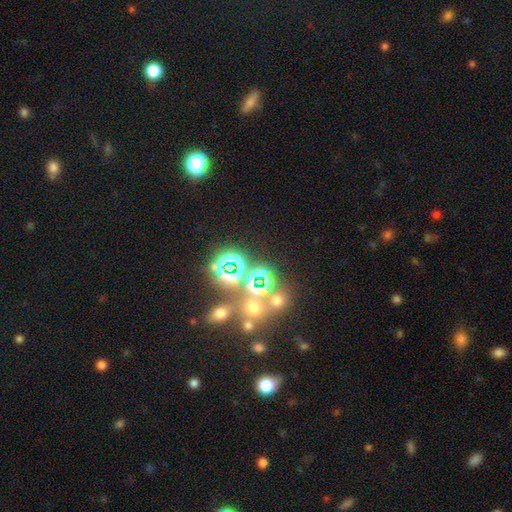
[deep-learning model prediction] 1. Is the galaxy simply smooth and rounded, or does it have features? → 65% star or artifact, 18% smooth, 17% featured or disk.